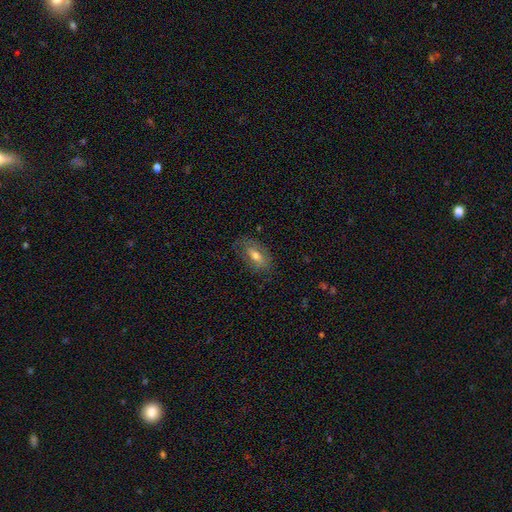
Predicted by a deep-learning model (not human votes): A smooth galaxy with no disk features (59%) that is in between round and cigar-shaped (85%). Merging: none (70%).